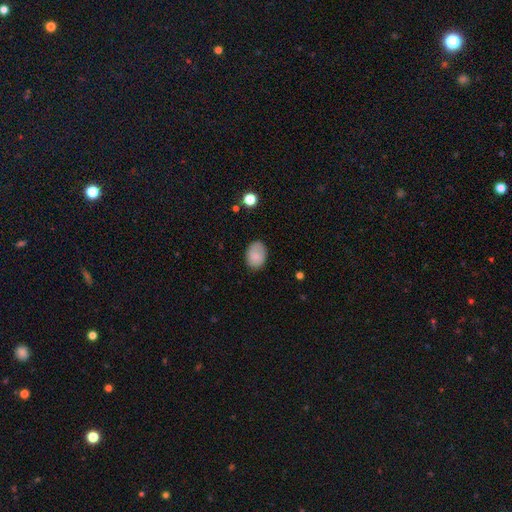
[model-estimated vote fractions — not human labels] A smooth galaxy with no disk features (85%) that is in between round and cigar-shaped (74%). Merging: none (77%).